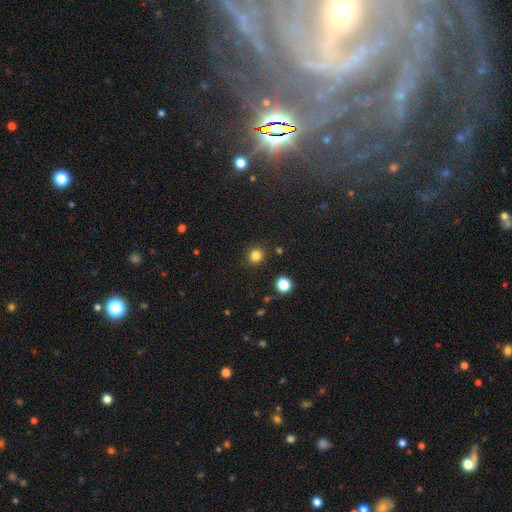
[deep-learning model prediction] Q: Smooth or featured?
A: smooth (83%); runner-up: star or artifact (13%)
Q: How rounded?
A: round (93%); runner-up: in between (7%)
Q: Merging?
A: none (90%); runner-up: minor disturbance (6%)